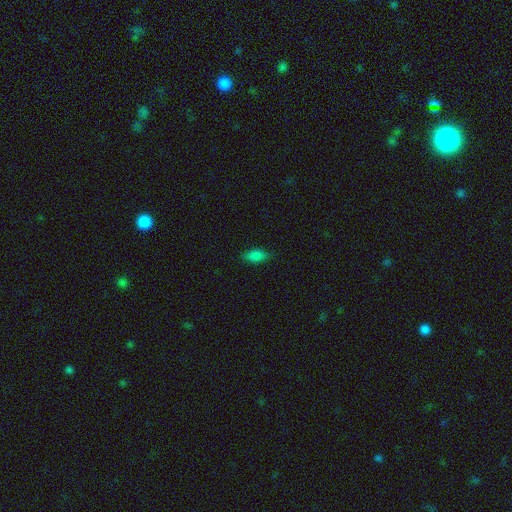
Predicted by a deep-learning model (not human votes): Smooth or featured? Predicted: smooth (p=0.80). How rounded? Predicted: in between (p=0.84). Merging? Predicted: none (p=0.80).